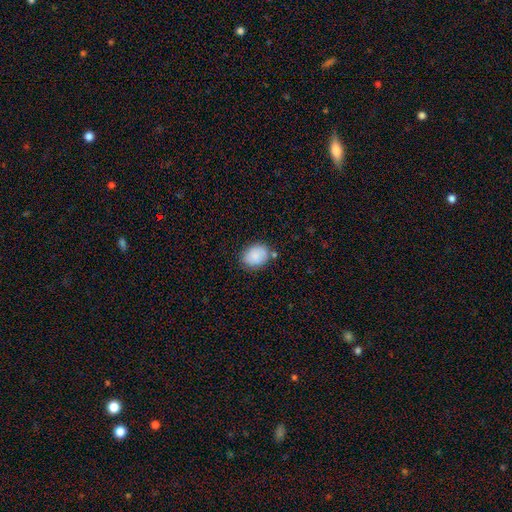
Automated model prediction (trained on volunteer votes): The model was most divided on "how rounded": in between: 59%, round: 40%, cigar-shaped: 1%. More confident: smooth or featured — smooth (87%); merging — none (75%).